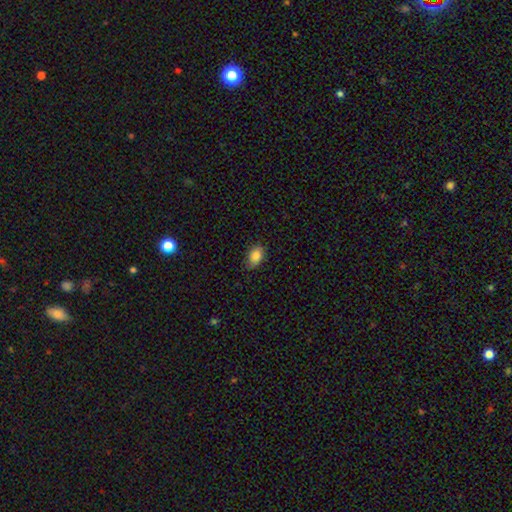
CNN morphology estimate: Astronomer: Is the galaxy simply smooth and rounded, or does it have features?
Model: smooth — 85%.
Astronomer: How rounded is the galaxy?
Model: in between — 82%.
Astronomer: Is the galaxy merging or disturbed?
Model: none — 76%.